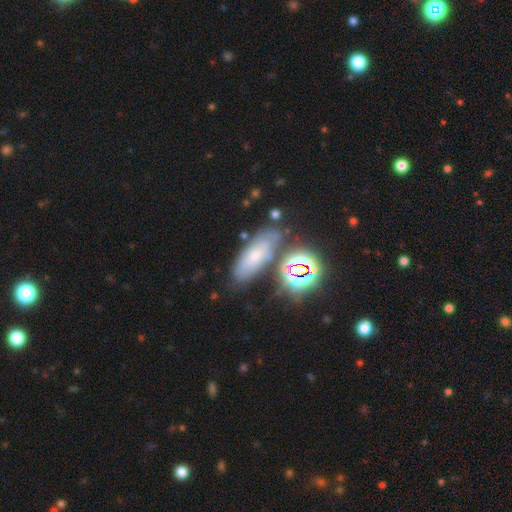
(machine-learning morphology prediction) smooth_or_featured: smooth (p=0.44) [alt: star or artifact p=0.29]
merging: none (p=0.65) [alt: minor disturbance p=0.17]